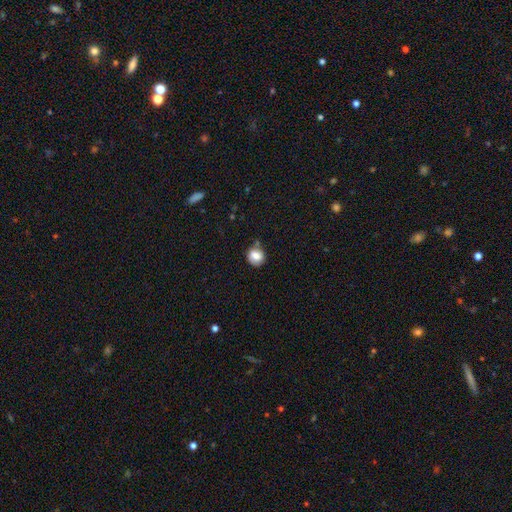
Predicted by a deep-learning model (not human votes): Smooth or featured? smooth (76%)
How rounded? round (78%)
Merging? none (66%)